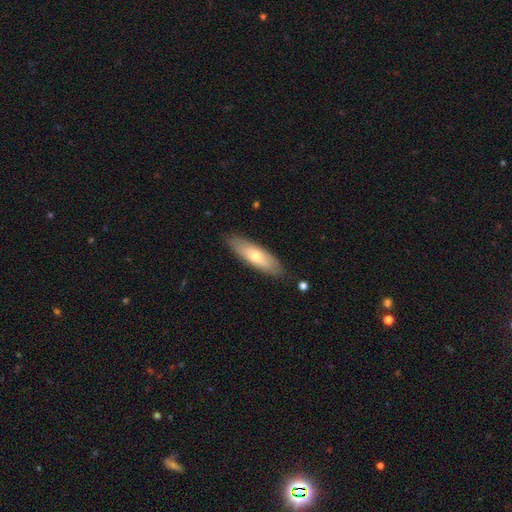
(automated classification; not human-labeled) smooth_or_featured: smooth (p=0.61) [alt: featured or disk p=0.33]
how_rounded: cigar-shaped (p=0.51) [alt: in between p=0.47]
merging: none (p=0.86) [alt: minor disturbance p=0.11]